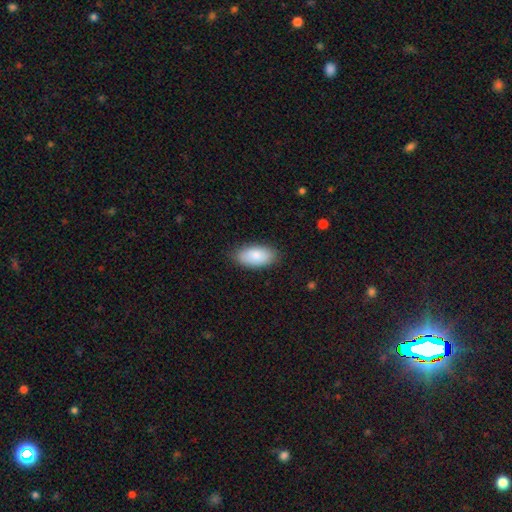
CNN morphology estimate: This is clearly a smooth galaxy (86%). How rounded: clearly in between (94%). Merging: clearly none (84%).